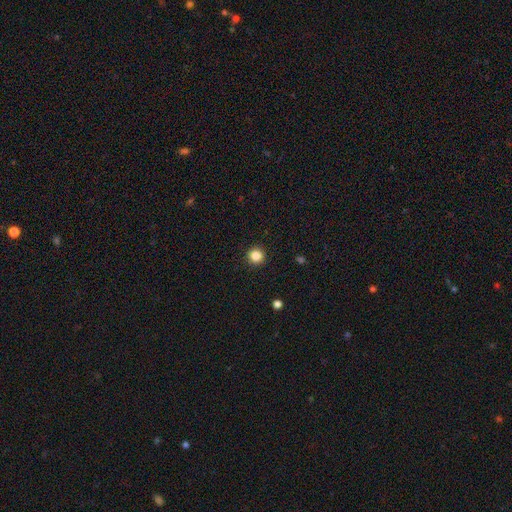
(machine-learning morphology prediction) smooth 85%, star or artifact 11%, featured or disk 4%. Down the decision tree: how rounded — round (96%); merging — none (93%).